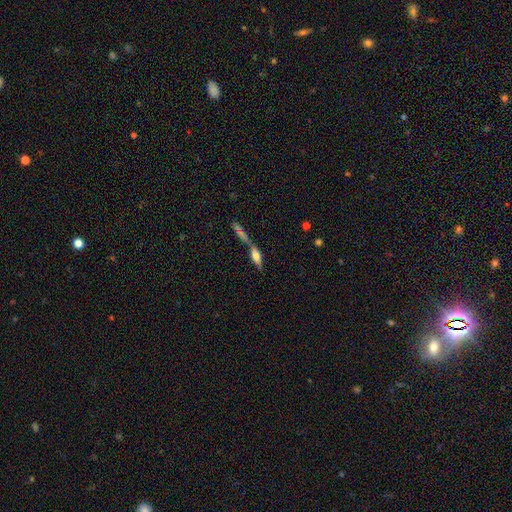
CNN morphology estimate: smooth 53%, featured or disk 38%, star or artifact 9%. Down the decision tree: how rounded — cigar-shaped (50%); merging — merger (43%).